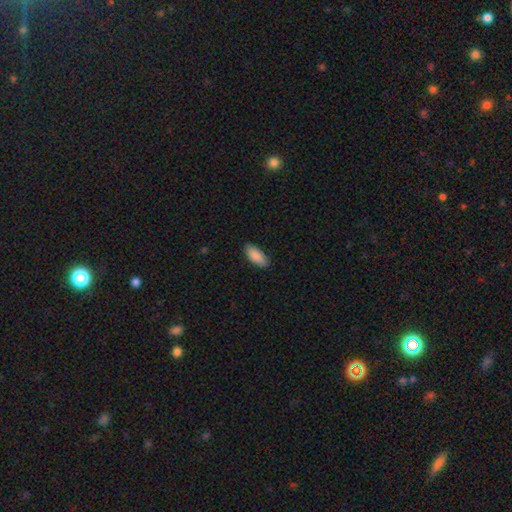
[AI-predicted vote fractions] Q: Smooth or featured?
A: smooth (90%); runner-up: star or artifact (6%)
Q: How rounded?
A: in between (85%); runner-up: cigar-shaped (13%)
Q: Merging?
A: none (87%); runner-up: minor disturbance (10%)